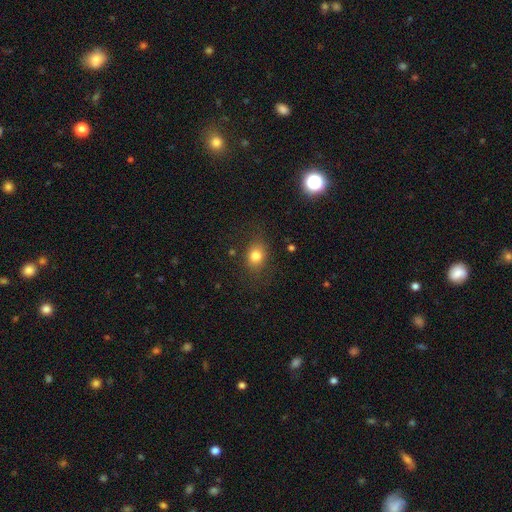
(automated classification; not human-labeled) smooth_or_featured: smooth (p=0.79) [alt: star or artifact p=0.12]
how_rounded: round (p=0.49) [tied with: in between p=0.49]
merging: none (p=0.78) [alt: minor disturbance p=0.14]